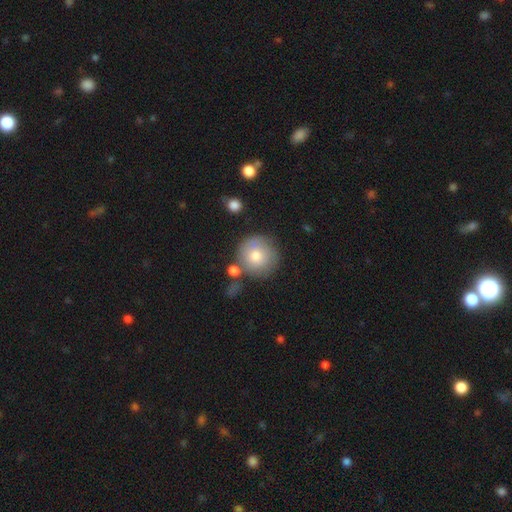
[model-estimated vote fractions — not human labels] smooth-or-featured: smooth: 76% | featured or disk: 15% | star or artifact: 9%
  how-rounded: round: 95% | in between: 4% | cigar-shaped: 1%
  merging: none: 72% | minor disturbance: 13% | merger: 10% | major disturbance: 4%